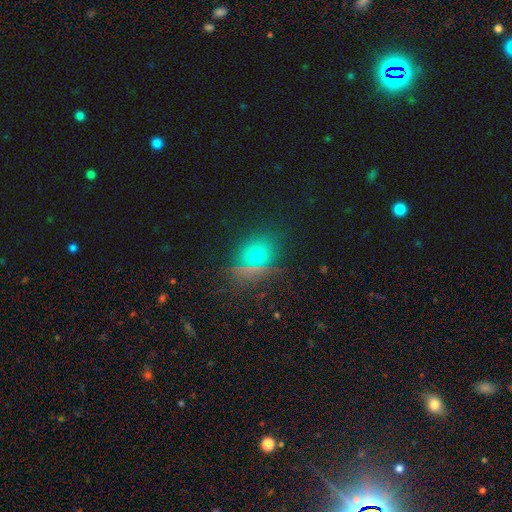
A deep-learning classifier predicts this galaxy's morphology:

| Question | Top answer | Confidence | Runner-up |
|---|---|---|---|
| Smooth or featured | smooth | 64% | star or artifact (25%) |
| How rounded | round | 62% | in between (35%) |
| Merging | none | 80% | minor disturbance (11%) |